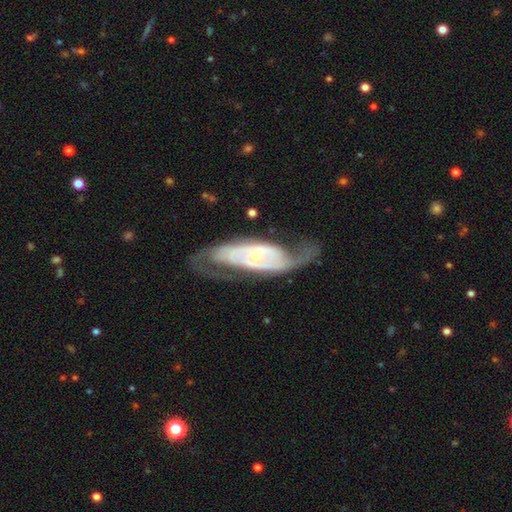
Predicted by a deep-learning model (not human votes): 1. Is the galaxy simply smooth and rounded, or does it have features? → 83% featured or disk, 11% smooth, 5% star or artifact.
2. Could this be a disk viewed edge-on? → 88% no, 12% yes.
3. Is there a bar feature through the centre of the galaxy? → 45% no, 36% weak, 19% strong.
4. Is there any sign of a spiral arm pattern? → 92% yes, 8% no.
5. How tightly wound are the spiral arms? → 45% medium, 33% tight, 22% loose.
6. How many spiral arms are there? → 78% 2, 13% can't tell, 4% 1, 3% 3, 1% 4, 1% more than 4.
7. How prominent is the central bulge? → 68% small, 19% moderate, 9% none, 3% large, 1% dominant.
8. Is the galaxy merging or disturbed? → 59% none, 19% minor disturbance, 19% major disturbance, 3% merger.